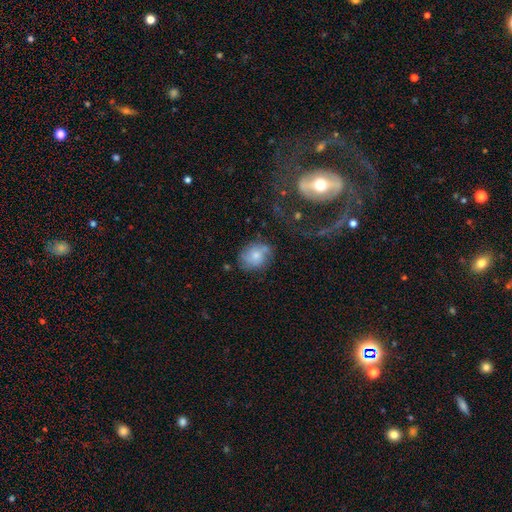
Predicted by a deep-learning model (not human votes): The model was most divided on "how rounded": round: 56%, in between: 43%, cigar-shaped: 1%. More confident: merging — none (64%); smooth or featured — smooth (54%).